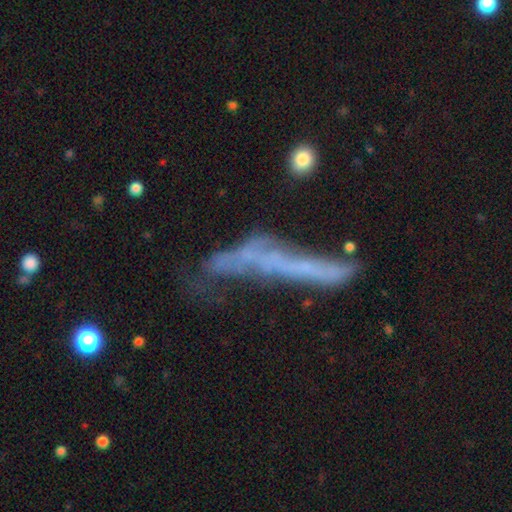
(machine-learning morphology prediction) Smooth or featured? featured or disk (49%)
Merging? major disturbance (32%)